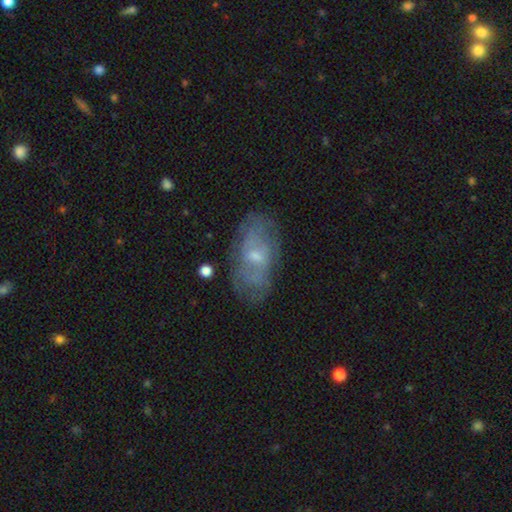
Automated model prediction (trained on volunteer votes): A featured or disk galaxy (60%) with a weak bar (46%, tied with no), spiral arms (54%) and a small central bulge (50%).

Vote fractions:
- Smooth or featured? featured or disk: 60% / smooth: 32% / star or artifact: 8%
- Edge-on disk? no: 93% / yes: 7%
- Bar? weak: 46% (tied) / no: 46% (tied) / strong: 8%
- Spiral arms? yes: 54% / no: 46%
- Bulge size? small: 50% / moderate: 41% / none: 6% / large: 2% / dominant: 1%
- Merging? none: 65% / minor disturbance: 22% / major disturbance: 10% / merger: 3%